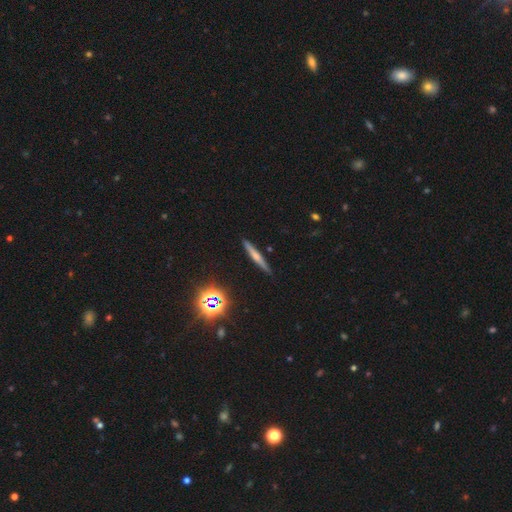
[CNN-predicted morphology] Overall: smooth (45%; featured or disk 43%). Merging: none (89%).